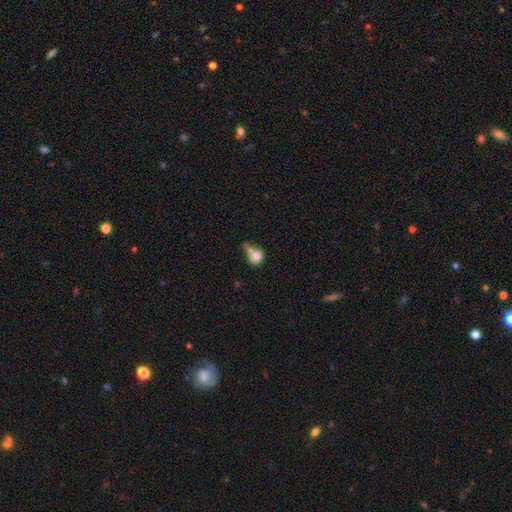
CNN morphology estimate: Smooth or featured? Predicted: smooth (p=0.77). How rounded? Predicted: round (p=0.74). Merging? Predicted: merger (p=0.40).